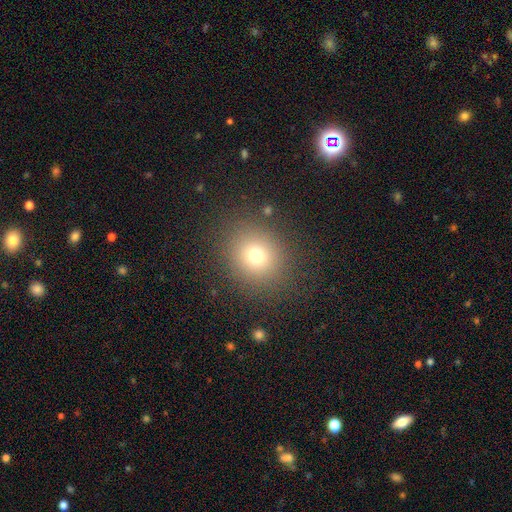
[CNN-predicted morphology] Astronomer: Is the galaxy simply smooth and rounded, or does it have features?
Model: smooth — 73%.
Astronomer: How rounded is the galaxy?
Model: round — 81%.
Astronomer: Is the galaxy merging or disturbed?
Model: none — 86%.